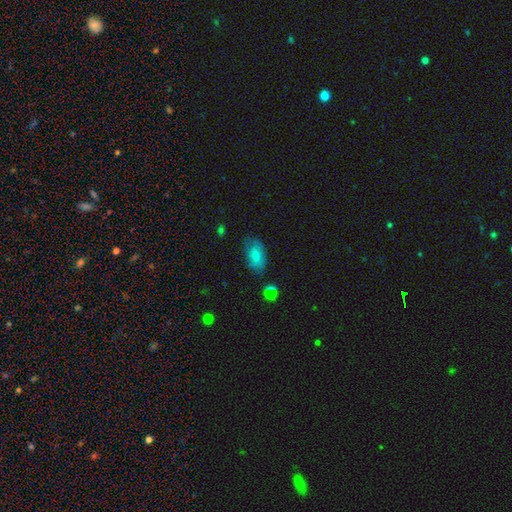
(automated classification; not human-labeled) smooth_or_featured: smooth (p=0.74) [alt: featured or disk p=0.19]
how_rounded: in between (p=0.91) [alt: round p=0.05]
merging: none (p=0.66) [alt: minor disturbance p=0.25]